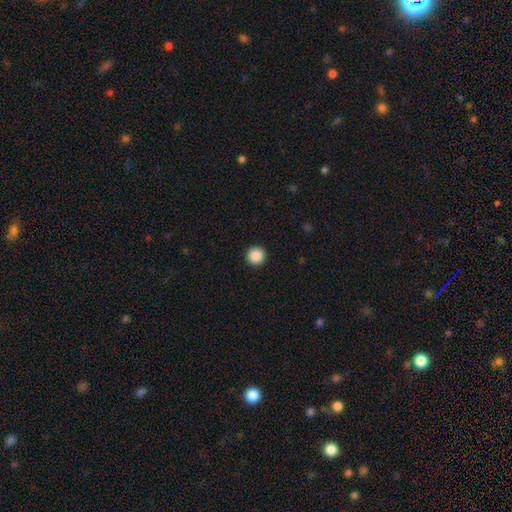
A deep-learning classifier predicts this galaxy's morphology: smooth 88%, star or artifact 9%, featured or disk 3%. Down the decision tree: how rounded — round (96%); merging — none (93%).